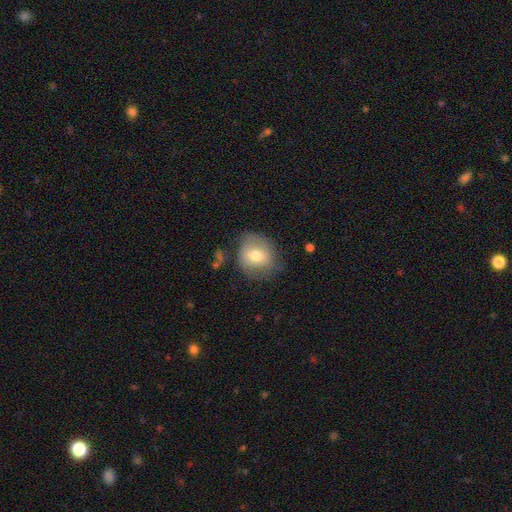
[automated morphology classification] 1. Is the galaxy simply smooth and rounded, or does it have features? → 67% smooth, 25% featured or disk, 8% star or artifact.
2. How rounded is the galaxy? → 73% round, 26% in between, 1% cigar-shaped.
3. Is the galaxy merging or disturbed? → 63% none, 25% minor disturbance, 9% major disturbance, 3% merger.